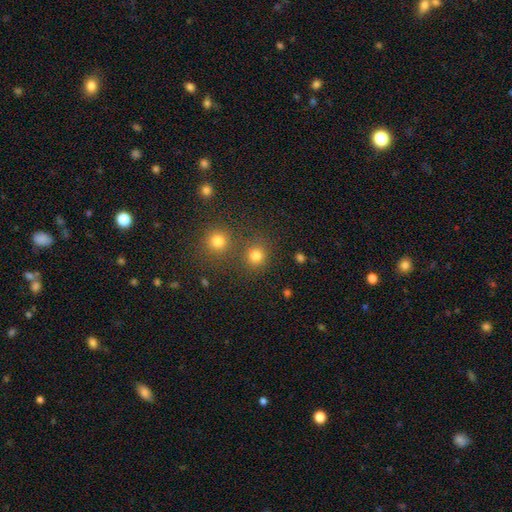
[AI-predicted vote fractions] This is likely a smooth galaxy (80%). How rounded: clearly round (87%). Merging: likely none (73%).